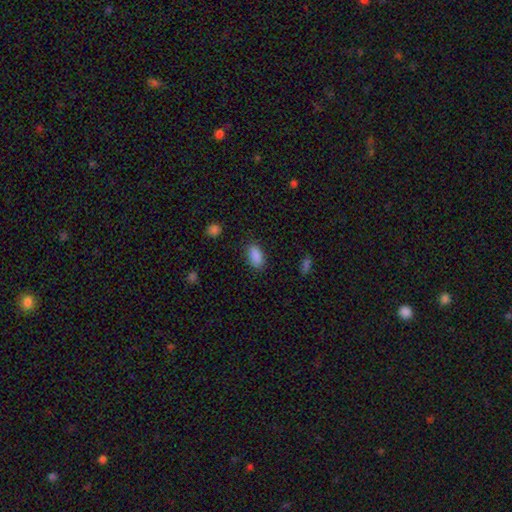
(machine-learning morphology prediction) A smooth galaxy with no disk features (88%) that is in between round and cigar-shaped (92%).

Vote fractions:
- Smooth or featured? smooth: 88% / star or artifact: 8% / featured or disk: 3%
- How rounded? in between: 92% / round: 4% / cigar-shaped: 4%
- Merging? none: 85% / minor disturbance: 10% / major disturbance: 3% / merger: 1%